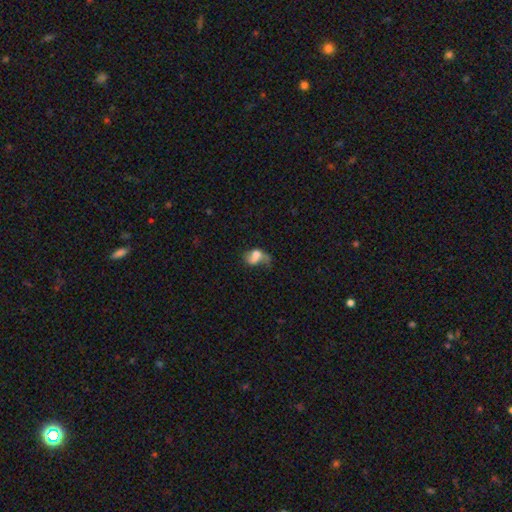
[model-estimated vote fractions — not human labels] A smooth galaxy with no disk features (55%) that is in between round and cigar-shaped (75%).

Vote fractions:
- Smooth or featured? smooth: 55% / featured or disk: 33% / star or artifact: 12%
- How rounded? in between: 75% / round: 22% / cigar-shaped: 2%
- Merging? major disturbance: 40% / none: 22% / minor disturbance: 22% / merger: 16%